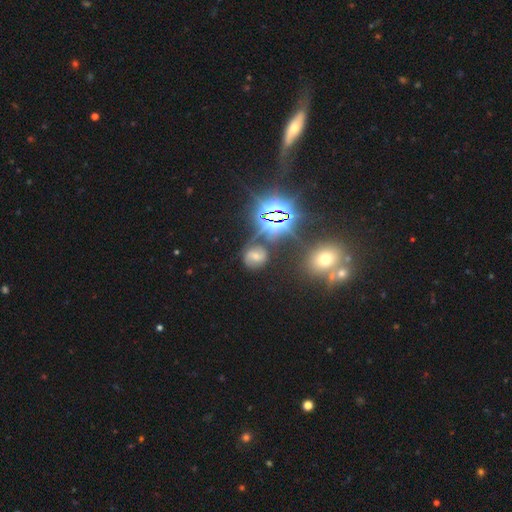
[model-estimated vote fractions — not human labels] Overall: smooth (36%, tied with star or artifact). Merging: none (67%).